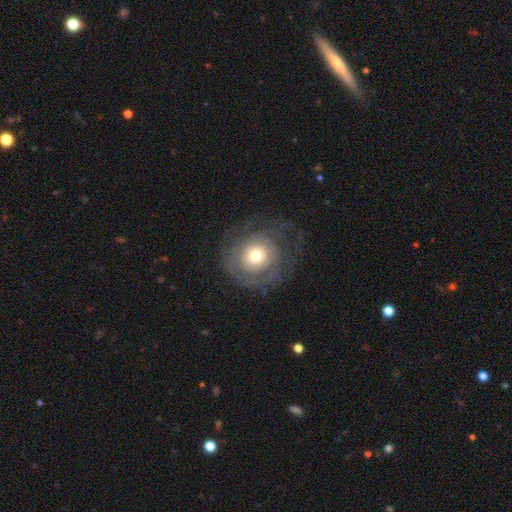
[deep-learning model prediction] Smooth or featured: featured or disk — 60% (smooth — 32%)
Edge-on disk: no — 97% (yes — 3%)
Bar: no — 87% (weak — 11%)
Spiral arms: yes — 67% (no — 33%)
Bulge size: moderate — 60% (large — 25%)
Merging: none — 62% (major disturbance — 20%)